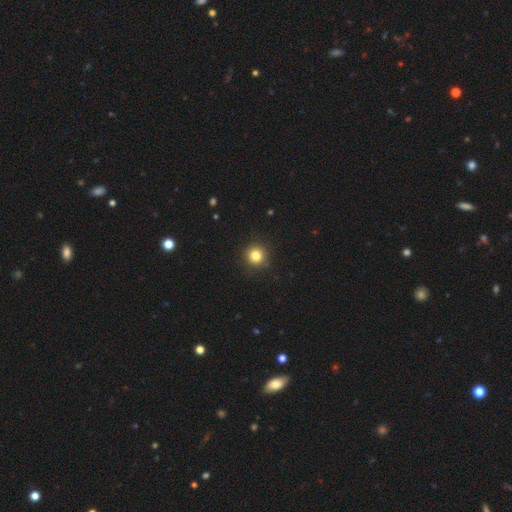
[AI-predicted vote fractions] This is clearly a smooth galaxy (82%). How rounded: clearly round (94%). Merging: clearly none (91%).